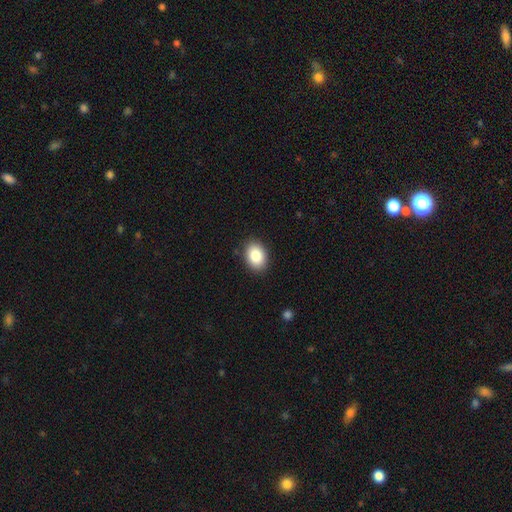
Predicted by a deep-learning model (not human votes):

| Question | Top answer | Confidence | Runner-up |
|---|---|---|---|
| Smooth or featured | smooth | 85% | star or artifact (8%) |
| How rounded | in between | 73% | round (26%) |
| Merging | none | 89% | minor disturbance (8%) |